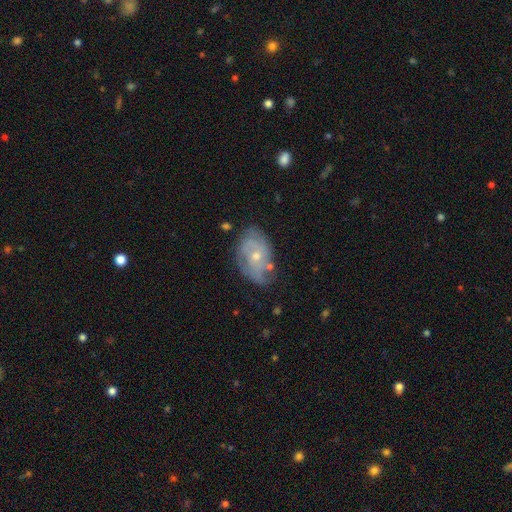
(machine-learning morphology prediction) A featured or disk galaxy (64%) with no bar (79%), spiral arms (70%) and a small central bulge (54%). Merging: none (60%).